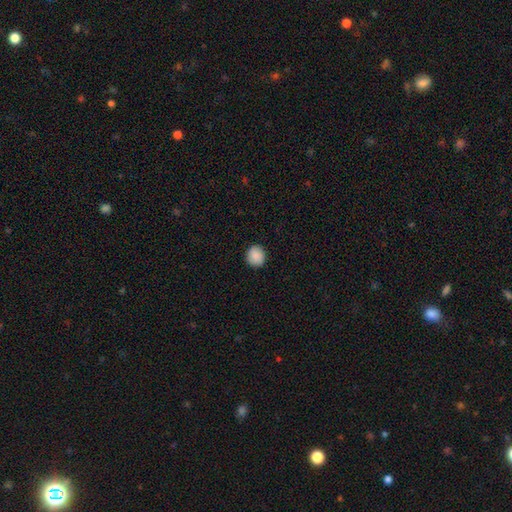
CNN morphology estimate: smooth 89%, star or artifact 8%, featured or disk 3%. Down the decision tree: how rounded — round (85%); merging — none (89%).